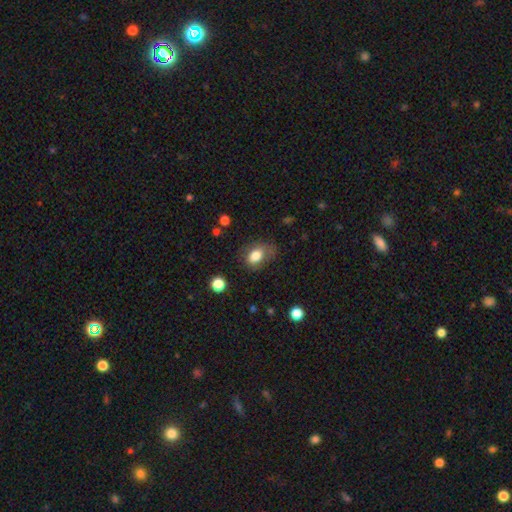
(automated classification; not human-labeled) A smooth galaxy with no disk features (79%) that is in between round and cigar-shaped (74%). Merging: none (59%).